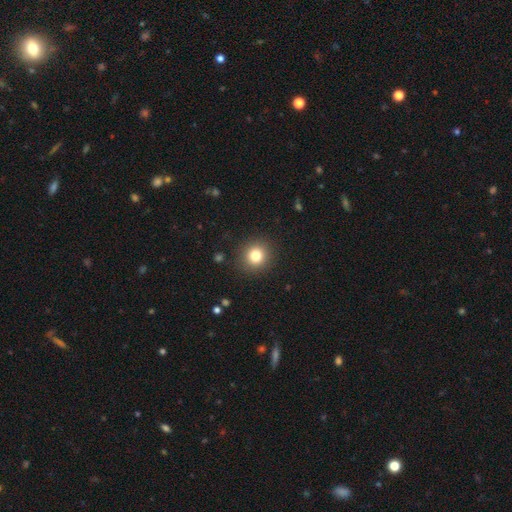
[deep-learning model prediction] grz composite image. It shows a smooth galaxy with no disk features (81%) that is round (90%). Merging: none (90%).